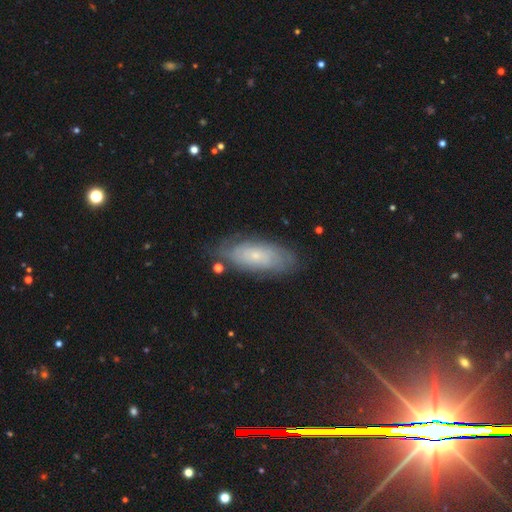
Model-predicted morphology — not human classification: The model was most divided on "smooth or featured": featured or disk: 58%, smooth: 33%, star or artifact: 9%. More confident: edge-on disk — no (87%); bulge size — small (81%); bar — no (81%); spiral arms — yes (79%); merging — none (74%).